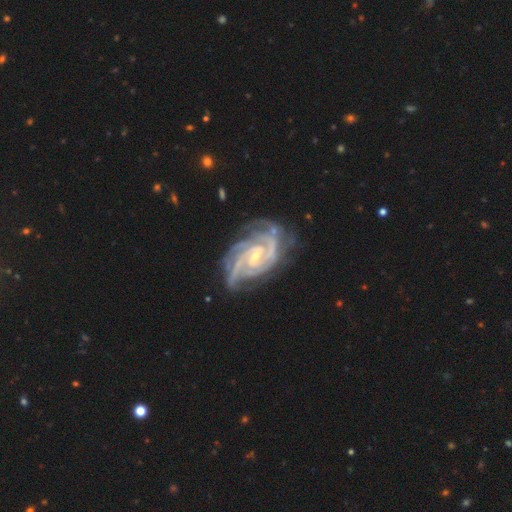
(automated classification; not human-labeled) Smooth or featured? Predicted: featured or disk (p=0.92). Edge-on disk? Predicted: no (p=0.97). Bar? Predicted: weak (p=0.44). Spiral arms? Predicted: yes (p=0.98). Spiral winding? Predicted: tight (p=0.62). Spiral arm count? Predicted: 3 (p=0.31). Bulge size? Predicted: small (p=0.68). Merging? Predicted: none (p=0.66).